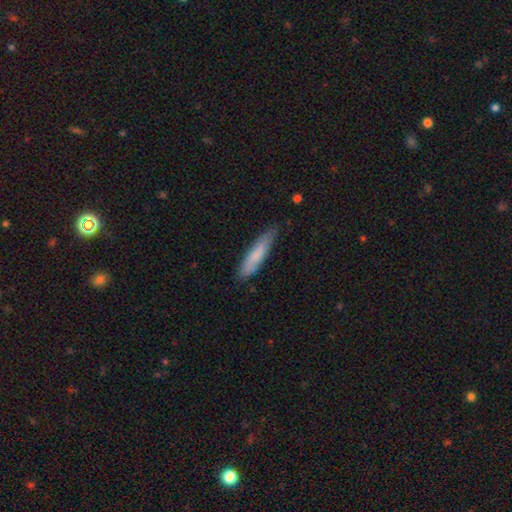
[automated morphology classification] smooth_or_featured: smooth (p=0.77) [alt: featured or disk p=0.18]
how_rounded: cigar-shaped (p=0.84) [alt: in between p=0.15]
merging: none (p=0.78) [alt: minor disturbance p=0.18]